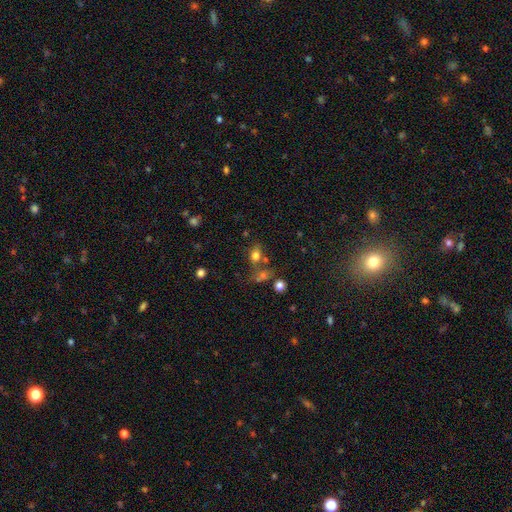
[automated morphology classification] The model was most divided on "how rounded": in between: 55%, round: 43%, cigar-shaped: 2%. More confident: smooth or featured — smooth (75%); merging — none (56%).